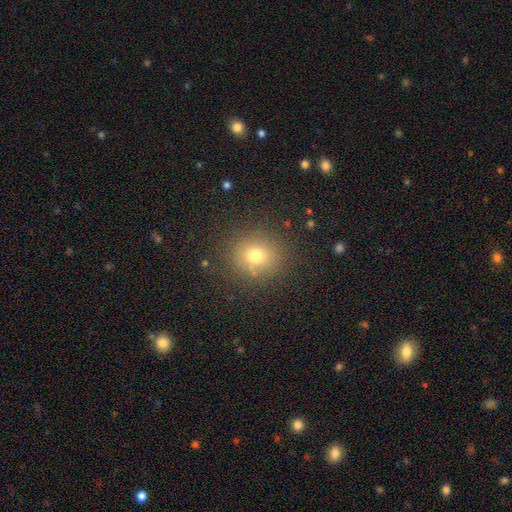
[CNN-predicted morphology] smooth_or_featured: smooth (p=0.70) [alt: star or artifact p=0.19]
how_rounded: round (p=0.80) [alt: in between p=0.19]
merging: none (p=0.85) [alt: minor disturbance p=0.09]